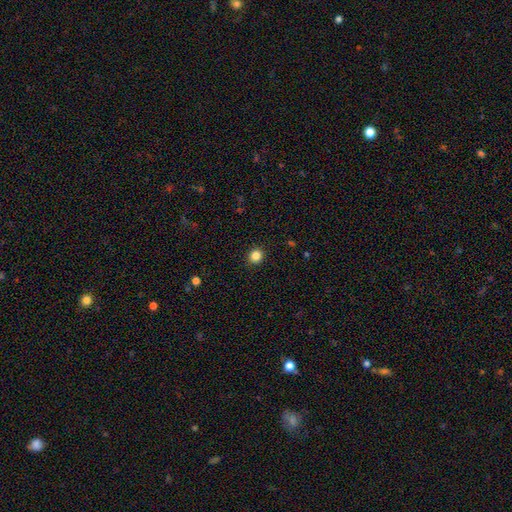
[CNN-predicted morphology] A smooth galaxy with no disk features (84%) that is round (87%).

Vote fractions:
- Smooth or featured? smooth: 84% / star or artifact: 12% / featured or disk: 4%
- How rounded? round: 87% / in between: 12% / cigar-shaped: 1%
- Merging? none: 92% / minor disturbance: 5% / major disturbance: 2% / merger: 1%